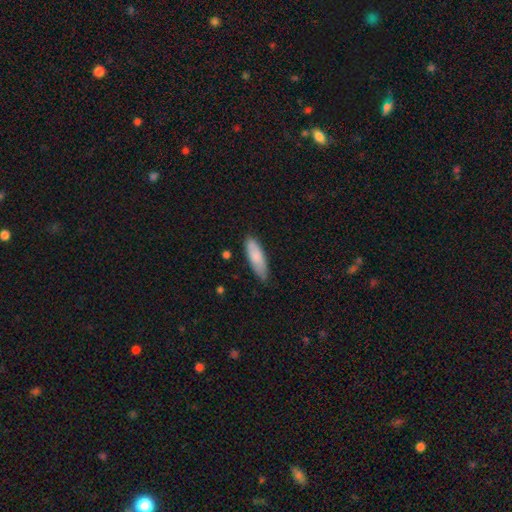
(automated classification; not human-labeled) Morphology: type=smooth (82%); roundness=in between (53%); merging=none (72%).